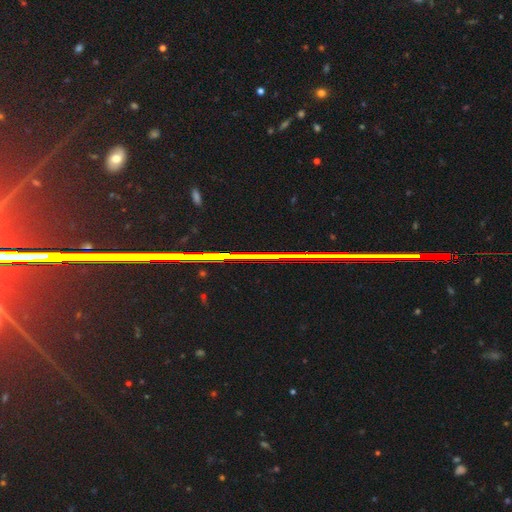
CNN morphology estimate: Smooth or featured: star or artifact — 87% (featured or disk — 7%)